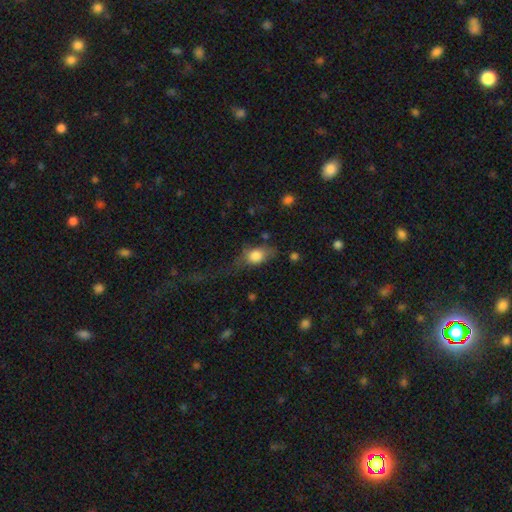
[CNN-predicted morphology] smooth_or_featured: smooth (p=0.77) [alt: featured or disk p=0.14]
how_rounded: in between (p=0.73) [alt: round p=0.22]
merging: none (p=0.36) [alt: major disturbance p=0.32]